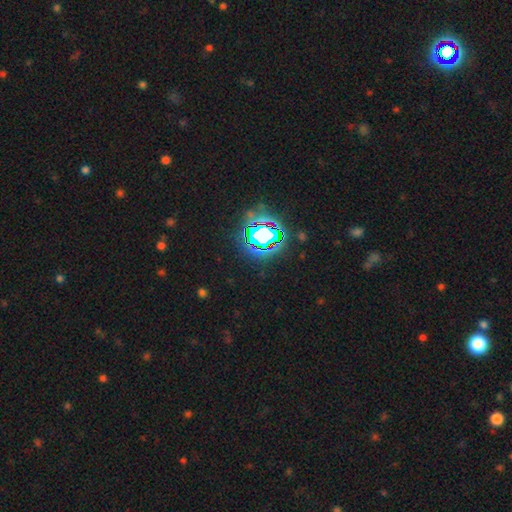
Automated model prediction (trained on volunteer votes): Smooth or featured?
  - star or artifact: 83% *
  - smooth: 10%
  - featured or disk: 7%